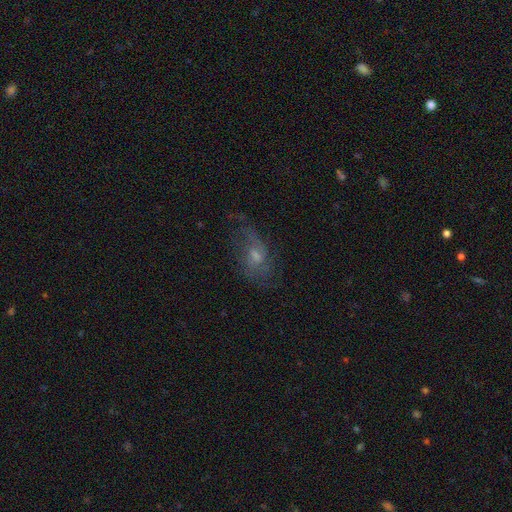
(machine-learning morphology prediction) Smooth or featured? featured or disk (59%)
Edge-on disk? no (93%)
Bar? no (68%)
Spiral arms? yes (78%)
Bulge size? moderate (46%)
Merging? none (55%)